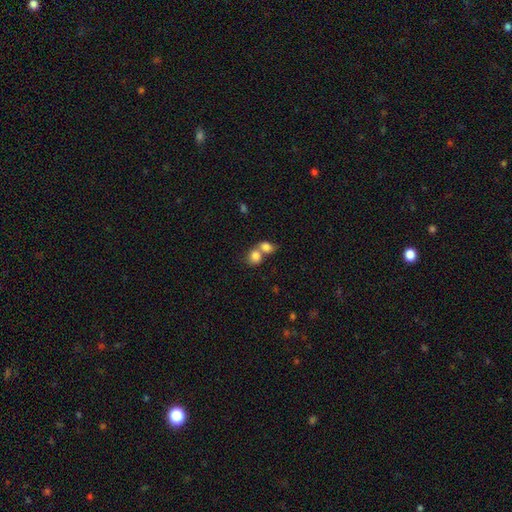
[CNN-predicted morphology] The model was most divided on "how rounded": round: 57%, in between: 42%, cigar-shaped: 1%. More confident: smooth or featured — smooth (82%); merging — merger (64%).